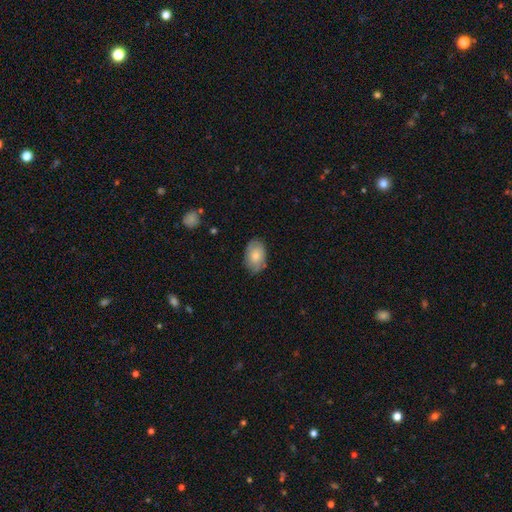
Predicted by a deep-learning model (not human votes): smooth-or-featured: smooth: 73% | featured or disk: 20% | star or artifact: 7%
  how-rounded: in between: 86% | round: 13% | cigar-shaped: 1%
  merging: none: 76% | minor disturbance: 19% | major disturbance: 4% | merger: 2%